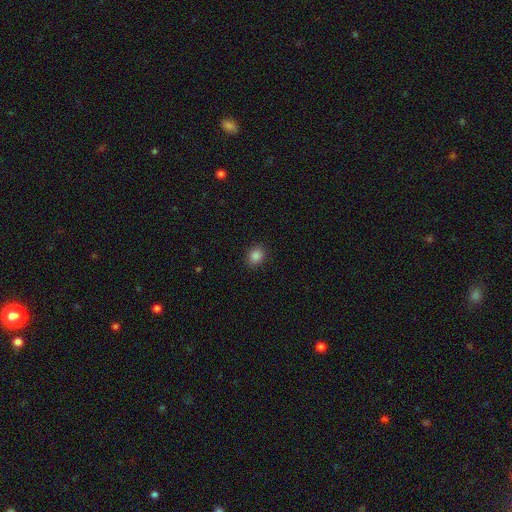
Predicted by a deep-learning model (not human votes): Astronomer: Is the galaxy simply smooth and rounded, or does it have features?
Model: smooth — 85%.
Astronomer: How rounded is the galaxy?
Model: round — 54% (runner-up: in between, 45%).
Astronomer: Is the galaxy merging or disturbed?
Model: none — 89%.